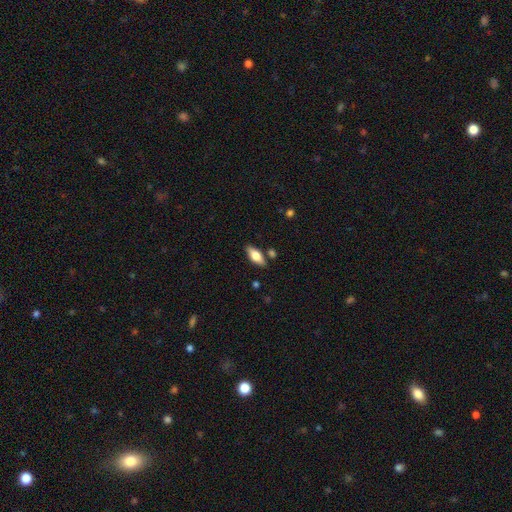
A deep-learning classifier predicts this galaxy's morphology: The model was most divided on "smooth or featured": smooth: 63%, featured or disk: 30%, star or artifact: 7%. More confident: merging — none (83%); how rounded — in between (77%).